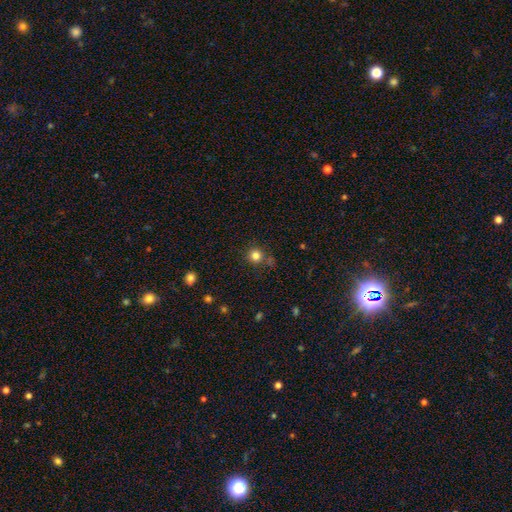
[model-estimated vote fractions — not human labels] Smooth or featured: smooth — 82% (star or artifact — 13%)
How rounded: round — 93% (in between — 6%)
Merging: none — 81% (minor disturbance — 10%)